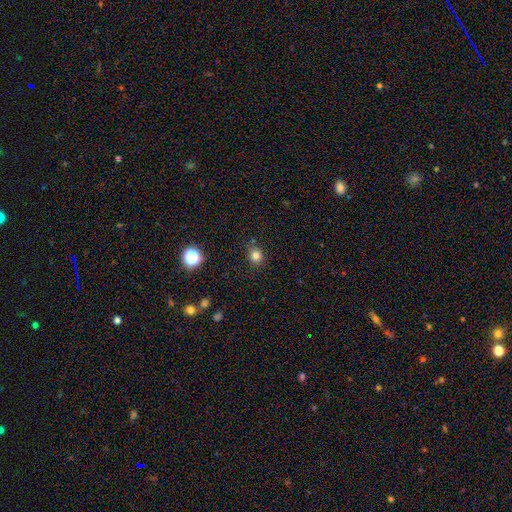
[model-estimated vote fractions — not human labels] Smooth or featured? Predicted: smooth (p=0.81). How rounded? Predicted: round (p=0.81). Merging? Predicted: none (p=0.83).